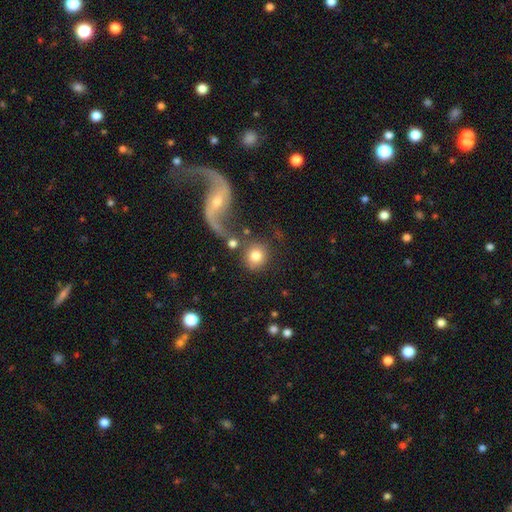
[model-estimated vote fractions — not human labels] Morphology: type=smooth (75%); roundness=round (89%); merging=none (59%).